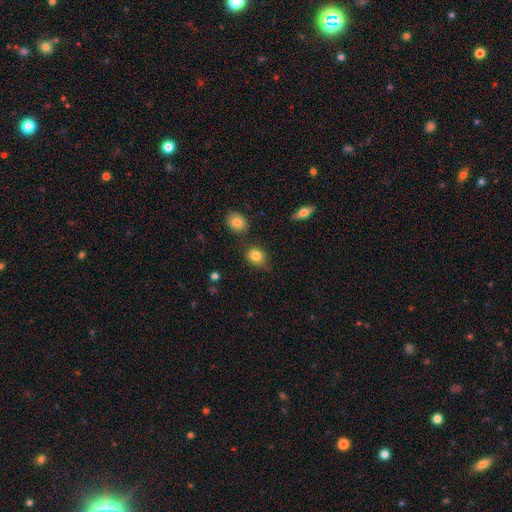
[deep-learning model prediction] smooth_or_featured: smooth (p=0.83) [alt: star or artifact p=0.10]
how_rounded: in between (p=0.49) [tied with: round p=0.49]
merging: none (p=0.72) [alt: minor disturbance p=0.17]